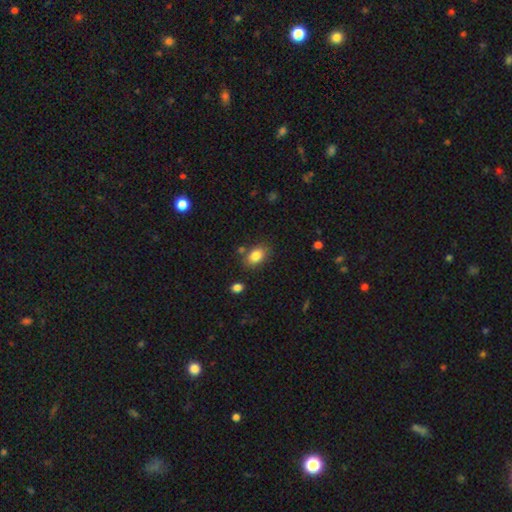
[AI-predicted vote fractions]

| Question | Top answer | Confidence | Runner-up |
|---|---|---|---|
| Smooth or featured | smooth | 84% | star or artifact (8%) |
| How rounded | in between | 83% | round (16%) |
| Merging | none | 79% | minor disturbance (13%) |